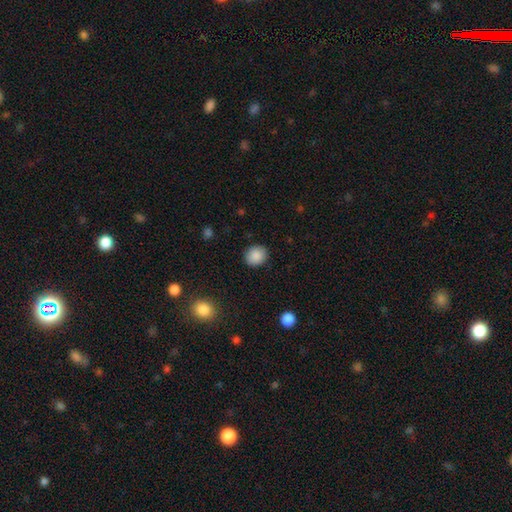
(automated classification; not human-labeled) Q: Smooth or featured?
A: smooth (88%); runner-up: star or artifact (9%)
Q: How rounded?
A: round (79%); runner-up: in between (20%)
Q: Merging?
A: none (89%); runner-up: minor disturbance (7%)